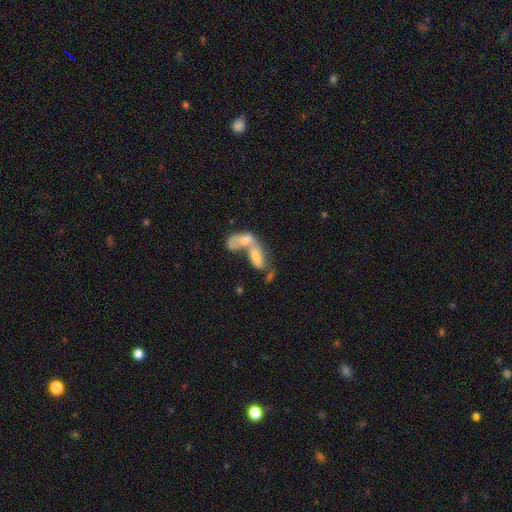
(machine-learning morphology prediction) The model was most divided on "smooth or featured": smooth: 50%, featured or disk: 38%, star or artifact: 12%. More confident: how rounded — in between (79%); merging — merger (75%).